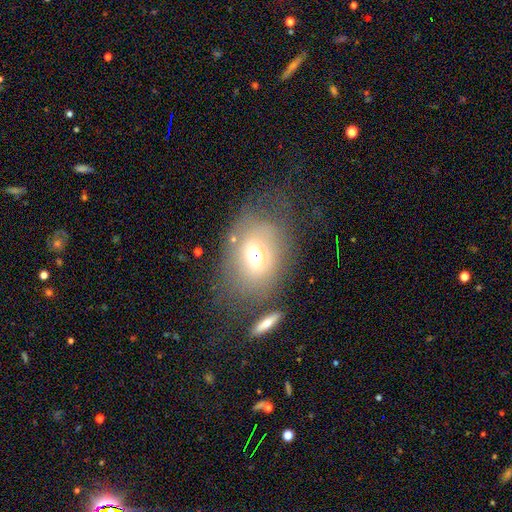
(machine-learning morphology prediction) smooth-or-featured: smooth: 60% | featured or disk: 24% | star or artifact: 16%
  how-rounded: in between: 59% | round: 39% | cigar-shaped: 1%
  merging: none: 50% | major disturbance: 20% | minor disturbance: 19% | merger: 11%